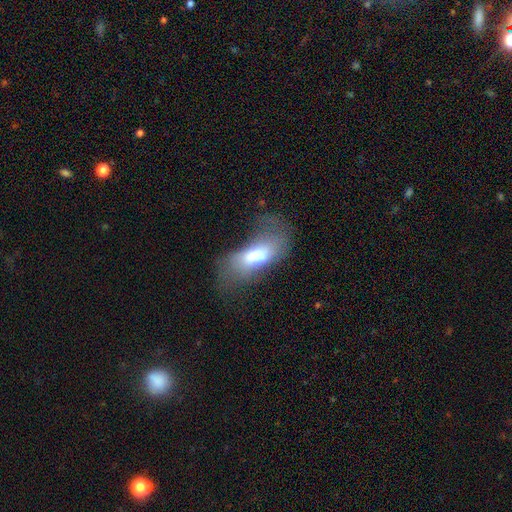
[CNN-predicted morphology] A smooth galaxy with no disk features (62%) that is in between round and cigar-shaped (80%).

Vote fractions:
- Smooth or featured? smooth: 62% / featured or disk: 28% / star or artifact: 10%
- How rounded? in between: 80% / cigar-shaped: 14% / round: 5%
- Merging? none: 46% / major disturbance: 29% / minor disturbance: 23% / merger: 2%